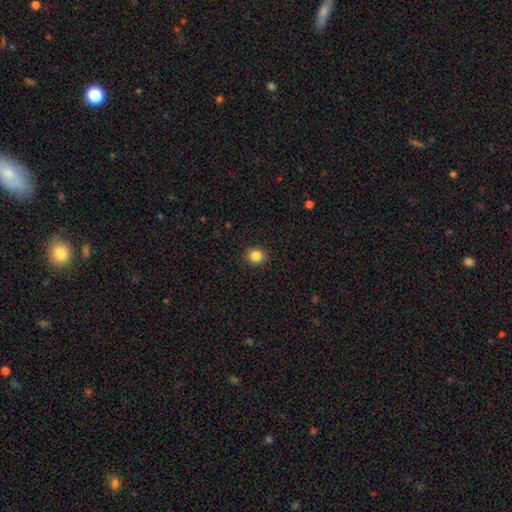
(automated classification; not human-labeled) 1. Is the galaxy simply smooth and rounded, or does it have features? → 85% smooth, 10% star or artifact, 4% featured or disk.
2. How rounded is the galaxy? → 73% round, 26% in between, 1% cigar-shaped.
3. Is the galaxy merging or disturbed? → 90% none, 7% minor disturbance, 2% major disturbance, 1% merger.